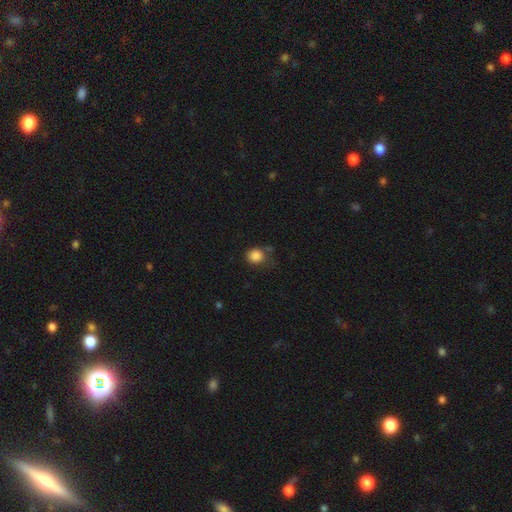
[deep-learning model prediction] smooth-or-featured: smooth: 86% | star or artifact: 10% | featured or disk: 4%
  how-rounded: round: 78% | in between: 21% | cigar-shaped: 1%
  merging: none: 60% | minor disturbance: 26% | major disturbance: 9% | merger: 4%